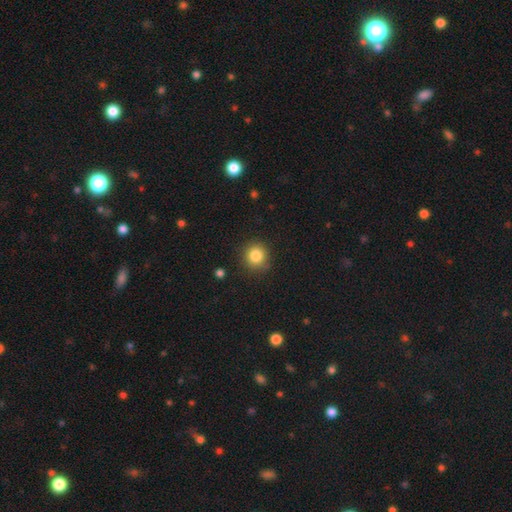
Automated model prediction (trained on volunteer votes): This is clearly a smooth galaxy (84%). How rounded: clearly round (92%). Merging: clearly none (87%).